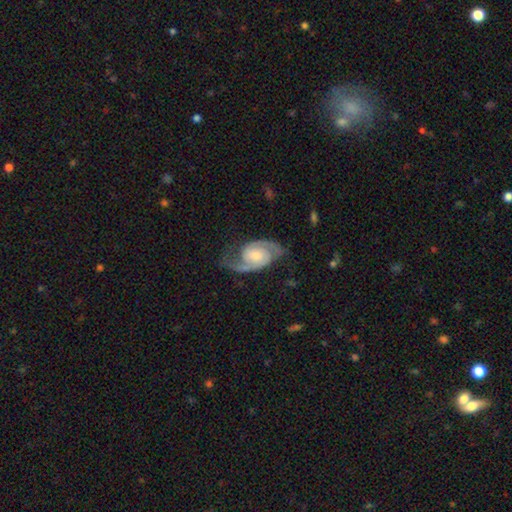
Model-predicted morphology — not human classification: This appears to be a featured or disk galaxy (90%) with no bar (55%), 2 (93%) medium (53%) spiral arms (98%) and a moderate central bulge (45%). Merging: none (71%).